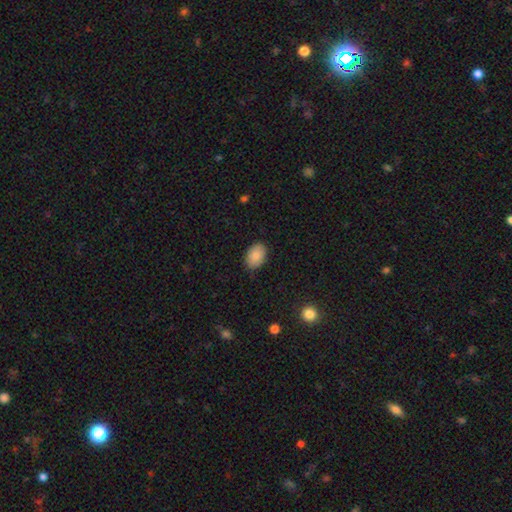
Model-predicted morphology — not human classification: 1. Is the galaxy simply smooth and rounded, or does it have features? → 86% smooth, 7% star or artifact, 7% featured or disk.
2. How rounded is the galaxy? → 86% in between, 13% round, 1% cigar-shaped.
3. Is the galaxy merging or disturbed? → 85% none, 11% minor disturbance, 2% major disturbance, 1% merger.